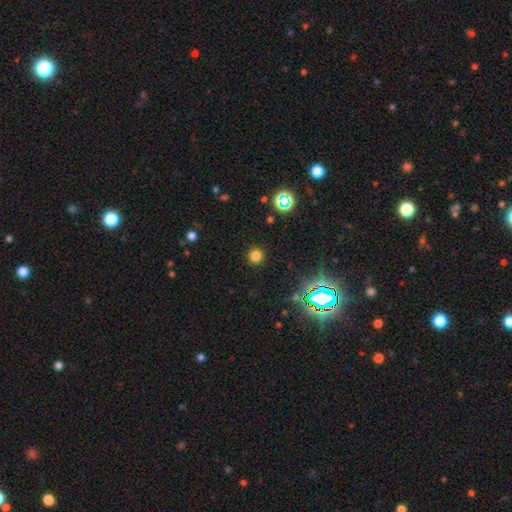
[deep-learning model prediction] This appears to be a smooth galaxy with no disk features (75%) that is round (94%). Merging: none (91%).